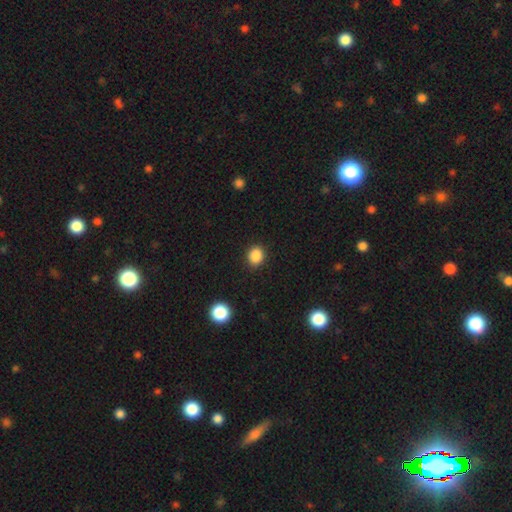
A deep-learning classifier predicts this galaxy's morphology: Smooth or featured?
  - smooth: 87% *
  - star or artifact: 10%
  - featured or disk: 3%
How rounded?
  - round: 64% *
  - in between: 35%
  - cigar-shaped: 1%
Merging?
  - none: 89% *
  - minor disturbance: 7%
  - major disturbance: 2%
  - merger: 1%